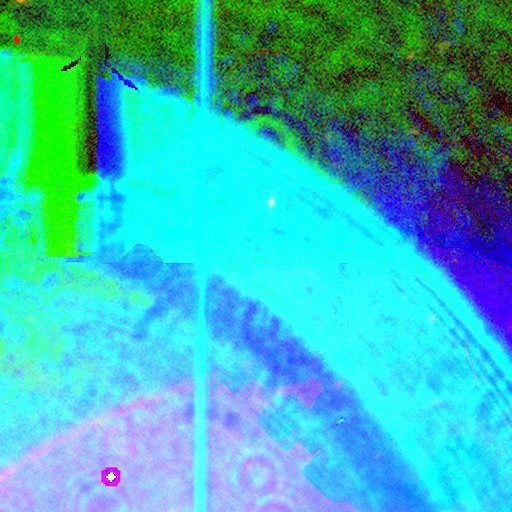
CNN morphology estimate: A star or artifact, not a galaxy (86%).